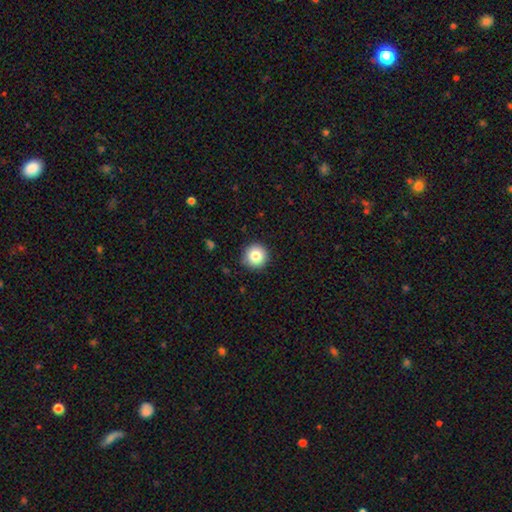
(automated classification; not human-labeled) Overall: smooth (83%). How rounded: round (96%). Merging: none (89%).